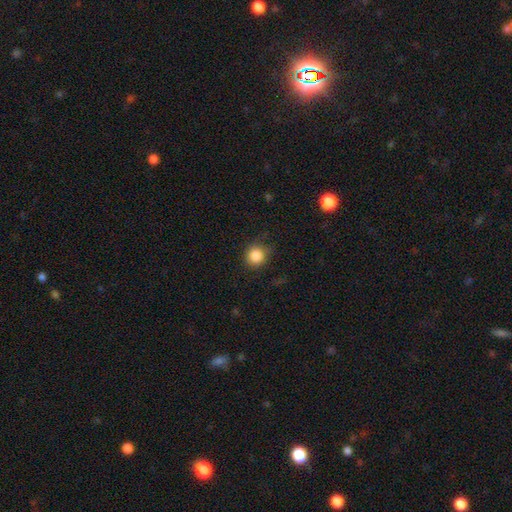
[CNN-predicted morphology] smooth_or_featured: smooth (p=0.86) [alt: star or artifact p=0.10]
how_rounded: round (p=0.88) [alt: in between p=0.11]
merging: none (p=0.78) [alt: minor disturbance p=0.16]